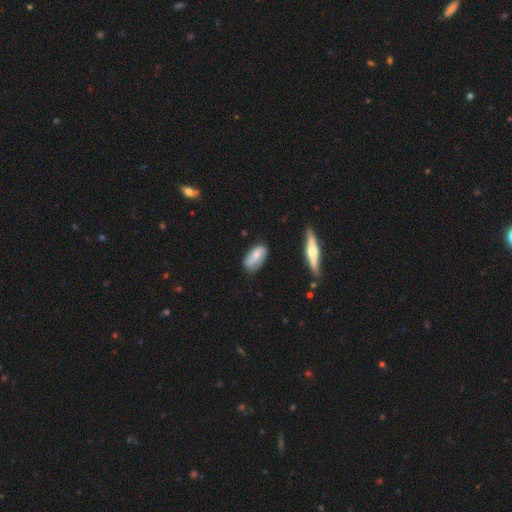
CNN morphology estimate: smooth 62%, featured or disk 31%, star or artifact 7%. Down the decision tree: how rounded — in between (89%); merging — none (69%).